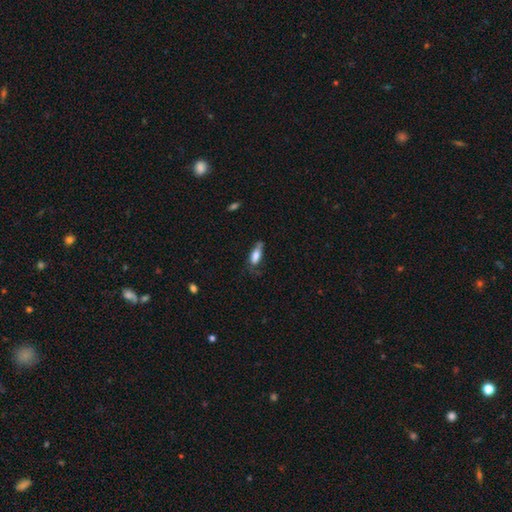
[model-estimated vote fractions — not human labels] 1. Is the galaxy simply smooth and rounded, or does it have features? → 74% smooth, 18% featured or disk, 7% star or artifact.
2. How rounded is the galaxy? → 65% in between, 33% cigar-shaped, 2% round.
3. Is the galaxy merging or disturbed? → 46% none, 35% minor disturbance, 15% major disturbance, 3% merger.